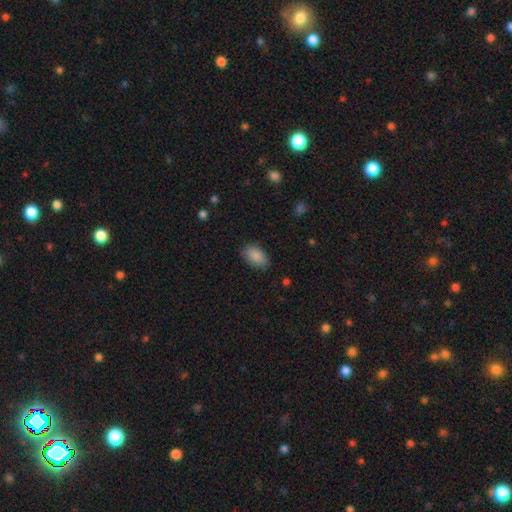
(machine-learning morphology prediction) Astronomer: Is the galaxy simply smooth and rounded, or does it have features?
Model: smooth — 88%.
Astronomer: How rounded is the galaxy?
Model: in between — 90%.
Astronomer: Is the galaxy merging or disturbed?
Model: none — 82%.